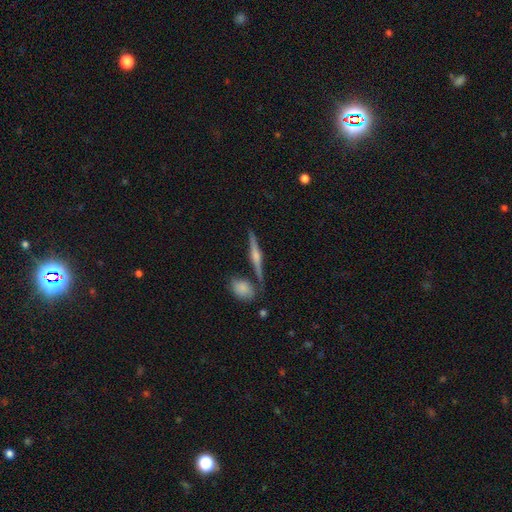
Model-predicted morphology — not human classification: Smooth or featured? featured or disk (61%)
Edge-on disk? yes (90%)
Edge-on bulge? rounded (82%)
Merging? none (70%)